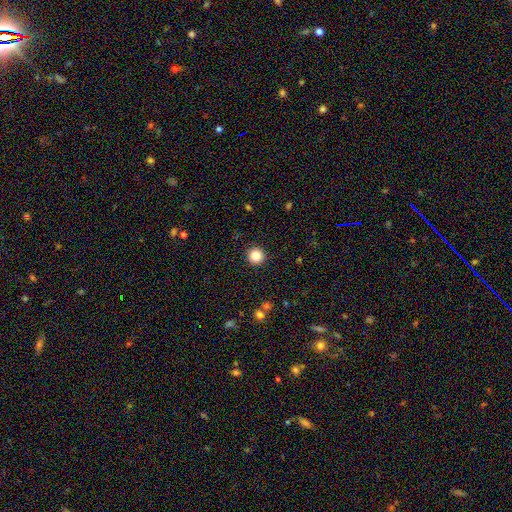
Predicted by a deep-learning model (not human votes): Q: Smooth or featured?
A: smooth (84%); runner-up: star or artifact (11%)
Q: How rounded?
A: round (96%); runner-up: in between (3%)
Q: Merging?
A: none (93%); runner-up: minor disturbance (4%)